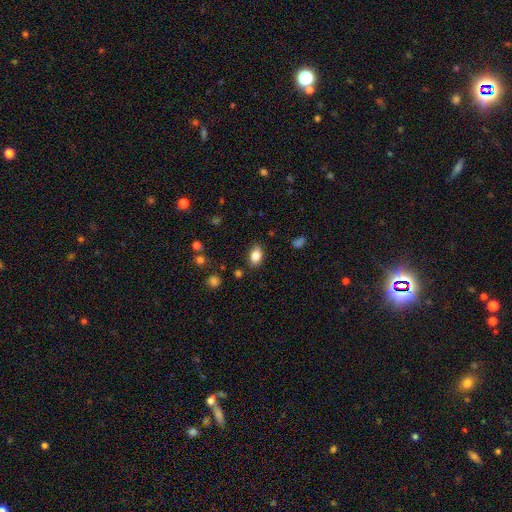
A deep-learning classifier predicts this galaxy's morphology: This appears to be a smooth galaxy with no disk features (84%) that is in between round and cigar-shaped (86%). Merging: none (85%).